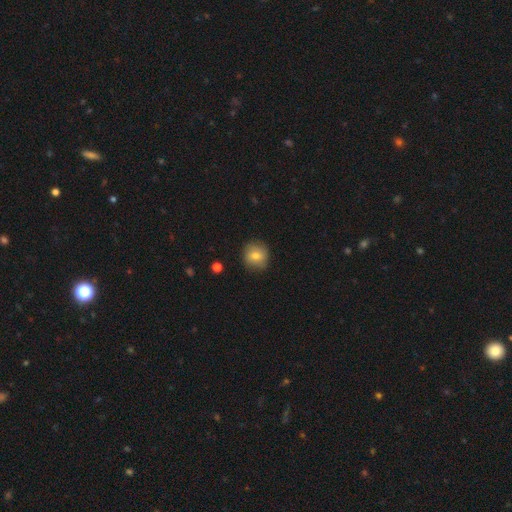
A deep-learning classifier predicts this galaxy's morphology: This is likely a smooth galaxy (76%). How rounded: clearly round (90%). Merging: clearly none (86%).